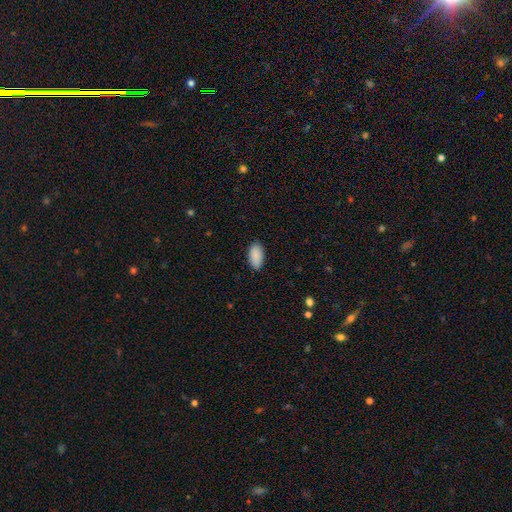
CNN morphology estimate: type=smooth (91%); roundness=in between (94%); merging=none (87%).